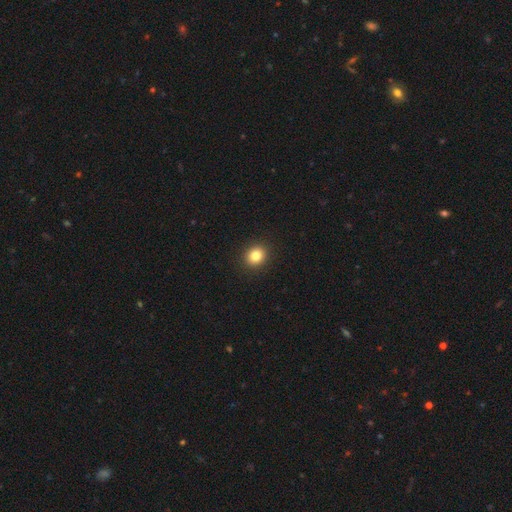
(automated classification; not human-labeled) The model was most divided on "how rounded": round: 75%, in between: 24%, cigar-shaped: 1%. More confident: merging — none (92%); smooth or featured — smooth (83%).